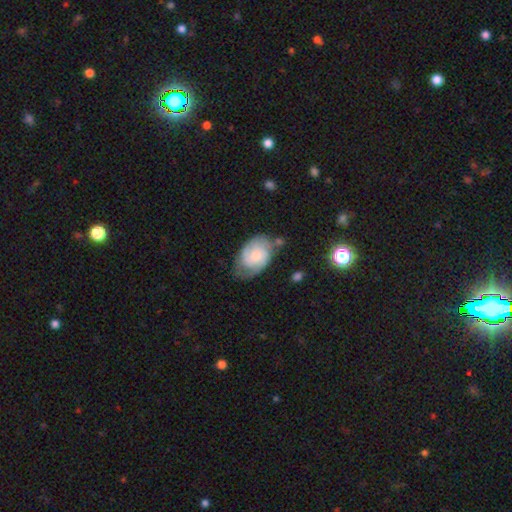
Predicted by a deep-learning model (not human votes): Q: Smooth or featured?
A: featured or disk (66%); runner-up: smooth (27%)
Q: Edge-on disk?
A: no (97%); runner-up: yes (3%)
Q: Bar?
A: no (66%); runner-up: weak (30%)
Q: Spiral arms?
A: yes (92%); runner-up: no (8%)
Q: Spiral winding?
A: tight (50%); runner-up: medium (39%)
Q: Spiral arm count?
A: 2 (61%); runner-up: can't tell (20%)
Q: Bulge size?
A: small (42%); runner-up: moderate (40%)
Q: Merging?
A: none (60%); runner-up: minor disturbance (26%)